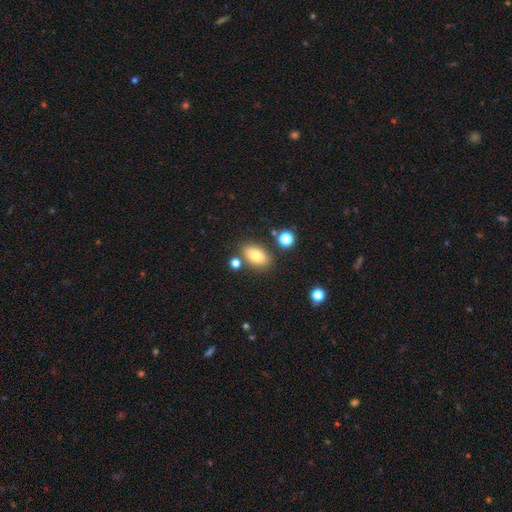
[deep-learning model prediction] Q: Smooth or featured?
A: smooth (78%); runner-up: featured or disk (12%)
Q: How rounded?
A: in between (88%); runner-up: round (10%)
Q: Merging?
A: none (78%); runner-up: minor disturbance (11%)